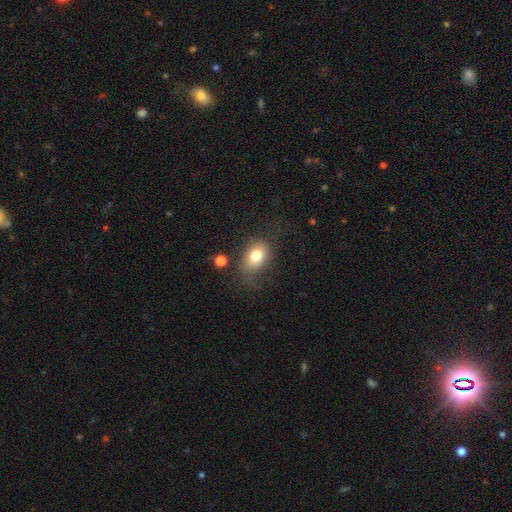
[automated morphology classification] The model was most divided on "merging": none: 54%, minor disturbance: 26%, major disturbance: 16%, merger: 4%. More confident: smooth or featured — smooth (76%); how rounded — in between (69%).